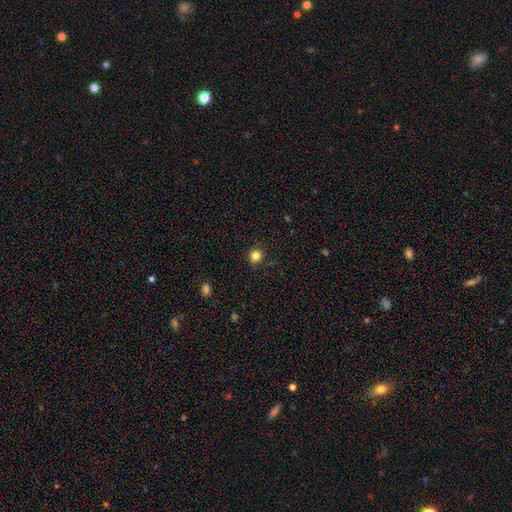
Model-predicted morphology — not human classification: Q: Smooth or featured?
A: smooth (82%); runner-up: star or artifact (13%)
Q: How rounded?
A: round (90%); runner-up: in between (9%)
Q: Merging?
A: none (85%); runner-up: minor disturbance (11%)